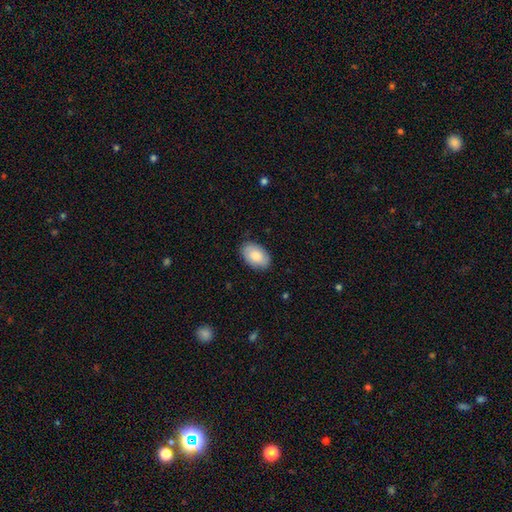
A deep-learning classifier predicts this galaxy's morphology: A smooth galaxy with no disk features (81%) that is in between round and cigar-shaped (92%).

Vote fractions:
- Smooth or featured? smooth: 81% / featured or disk: 13% / star or artifact: 6%
- How rounded? in between: 92% / round: 7% / cigar-shaped: 1%
- Merging? none: 85% / minor disturbance: 12% / major disturbance: 2% / merger: 1%